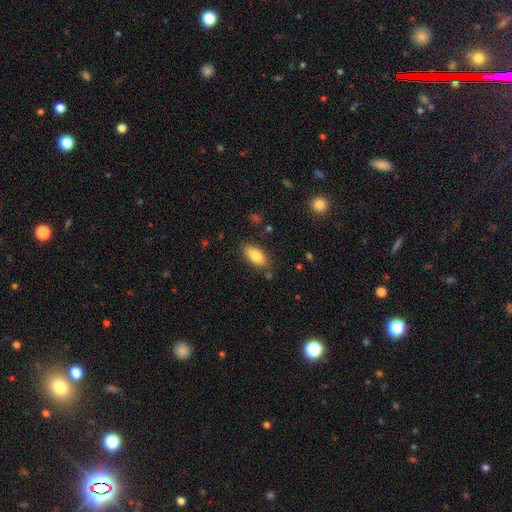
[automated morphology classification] Smooth or featured: smooth — 84% (featured or disk — 9%)
How rounded: in between — 88% (cigar-shaped — 10%)
Merging: none — 82% (minor disturbance — 13%)